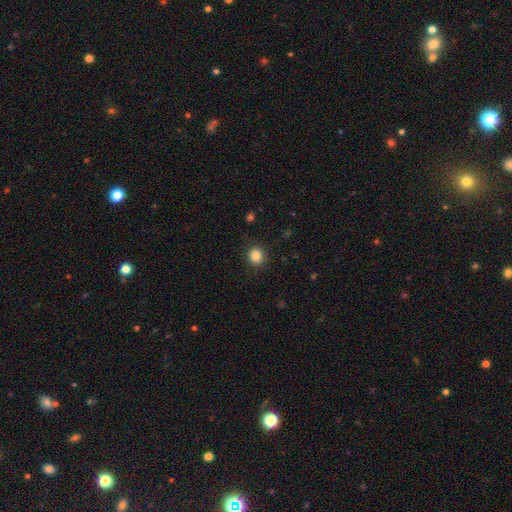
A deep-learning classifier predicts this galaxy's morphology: Smooth or featured? Predicted: smooth (p=0.85). How rounded? Predicted: round (p=0.83). Merging? Predicted: none (p=0.89).